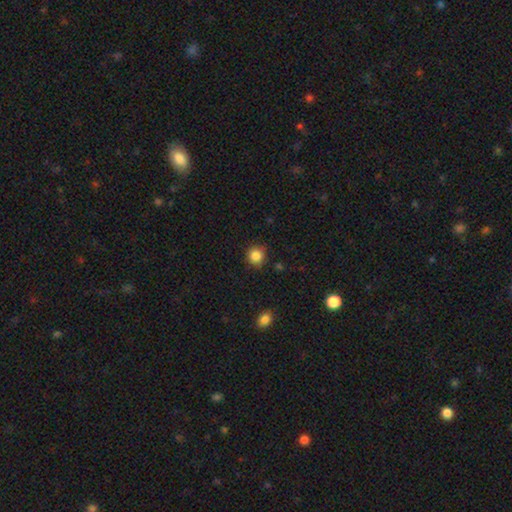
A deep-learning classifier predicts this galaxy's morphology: smooth-or-featured: smooth: 85% | star or artifact: 11% | featured or disk: 4%
  how-rounded: round: 90% | in between: 9% | cigar-shaped: 1%
  merging: none: 84% | minor disturbance: 11% | major disturbance: 3% | merger: 2%